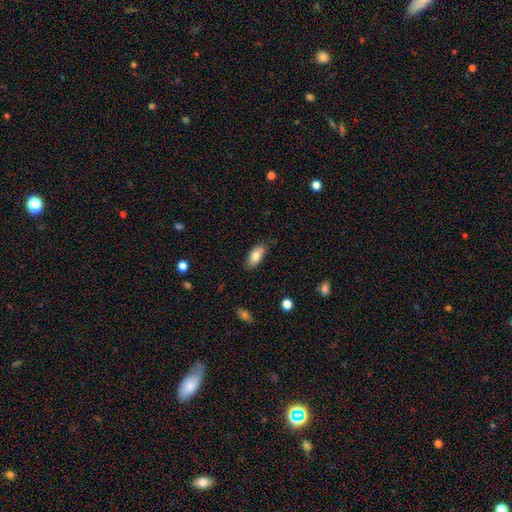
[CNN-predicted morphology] Smooth or featured?
  - smooth: 78% *
  - featured or disk: 14%
  - star or artifact: 7%
How rounded?
  - in between: 89% *
  - cigar-shaped: 8%
  - round: 3%
Merging?
  - none: 75% *
  - minor disturbance: 19%
  - major disturbance: 3%
  - merger: 2%